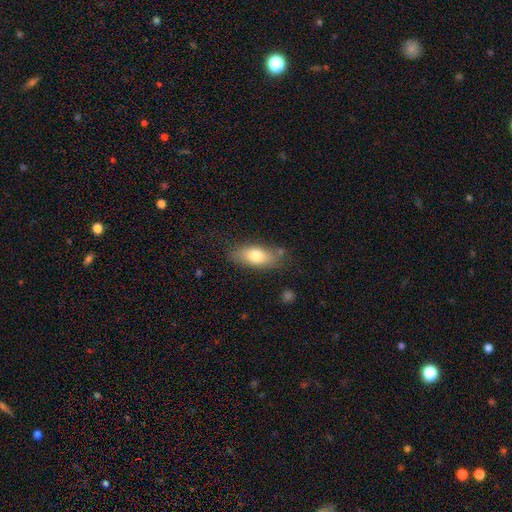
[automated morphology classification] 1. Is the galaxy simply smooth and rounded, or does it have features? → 74% smooth, 19% featured or disk, 7% star or artifact.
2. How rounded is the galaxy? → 80% in between, 16% cigar-shaped, 4% round.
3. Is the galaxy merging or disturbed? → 76% none, 16% minor disturbance, 5% major disturbance, 3% merger.